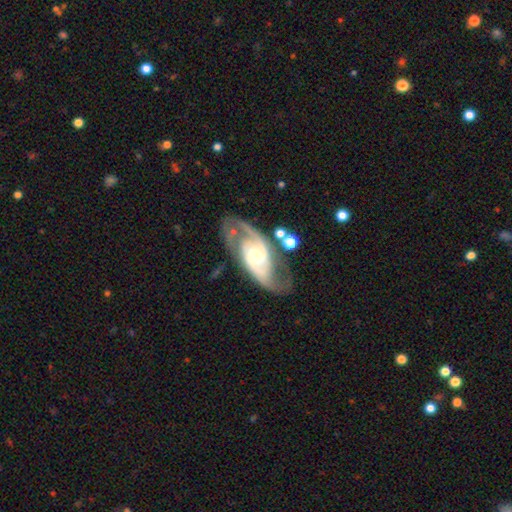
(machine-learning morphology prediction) This appears to be a featured or disk galaxy (88%) with no bar (48%), 2 (87%) medium (52%) spiral arms (95%) and a moderate central bulge (63%). Merging: none (68%).